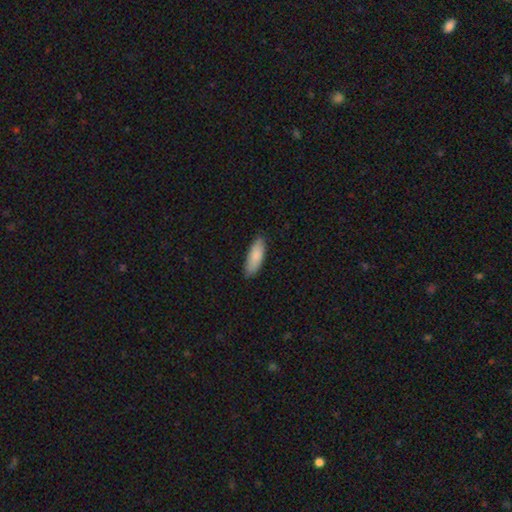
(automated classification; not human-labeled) This appears to be a smooth galaxy with no disk features (87%) that is in between round and cigar-shaped (66%). Merging: none (84%).